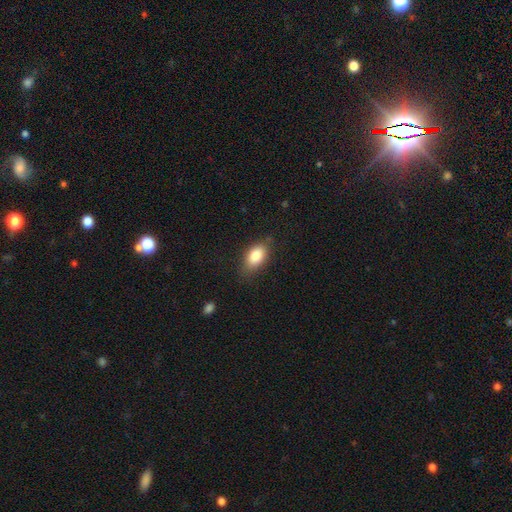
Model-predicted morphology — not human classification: A smooth galaxy with no disk features (84%) that is in between round and cigar-shaped (89%).

Vote fractions:
- Smooth or featured? smooth: 84% / featured or disk: 8% / star or artifact: 7%
- How rounded? in between: 89% / round: 7% / cigar-shaped: 4%
- Merging? none: 75% / minor disturbance: 19% / major disturbance: 5% / merger: 1%